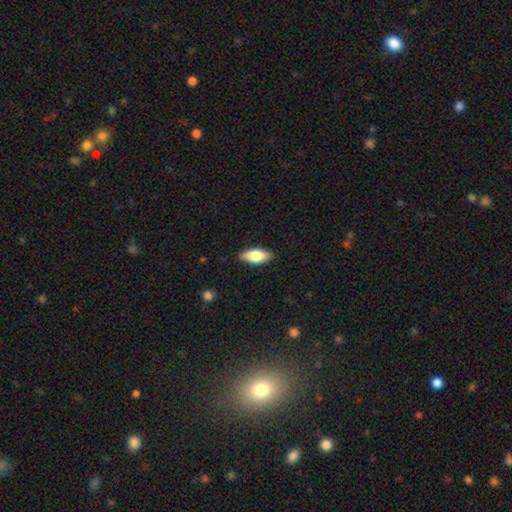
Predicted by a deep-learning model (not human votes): Smooth or featured?
  - smooth: 66% *
  - featured or disk: 28%
  - star or artifact: 6%
How rounded?
  - in between: 75% *
  - cigar-shaped: 22%
  - round: 3%
Merging?
  - none: 88% *
  - minor disturbance: 9%
  - major disturbance: 2%
  - merger: 1%